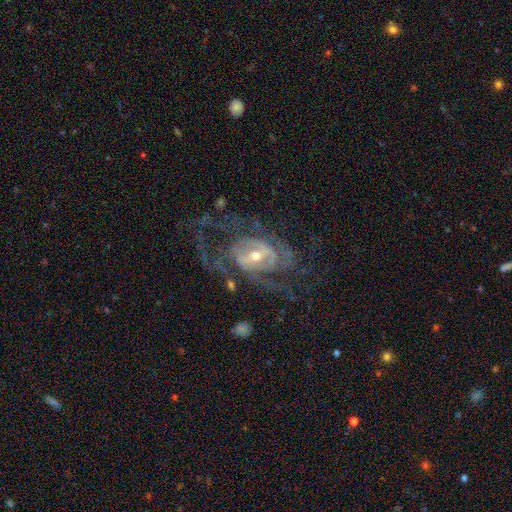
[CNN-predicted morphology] type=featured or disk (88%); edge-on=no (96%); bar=weak (43%); spiral arms=yes (90%); winding=medium (41%, tied with tight); arm count=2 (33%); bulge=moderate (48%); merging=none (53%).